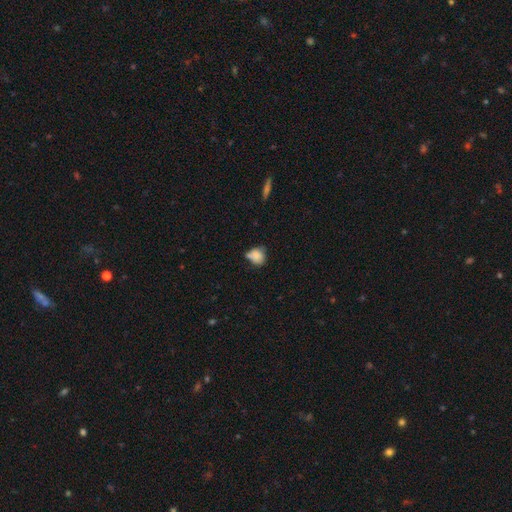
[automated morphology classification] Overall: smooth (79%). How rounded: round (57%; in between 42%). Merging: none (41%; minor disturbance 37%).